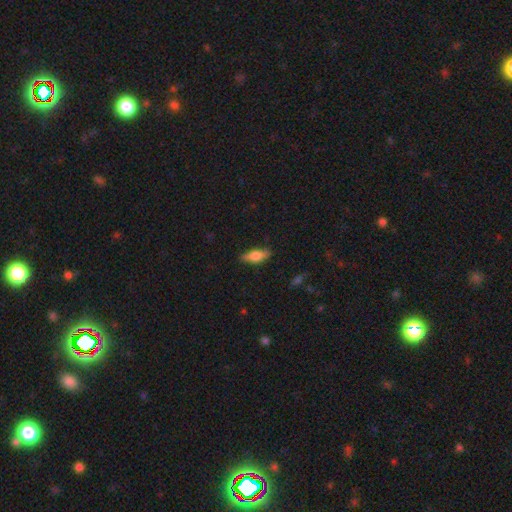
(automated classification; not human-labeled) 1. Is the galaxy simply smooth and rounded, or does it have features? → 58% smooth, 35% featured or disk, 7% star or artifact.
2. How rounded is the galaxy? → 60% in between, 37% cigar-shaped, 3% round.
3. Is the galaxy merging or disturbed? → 84% none, 13% minor disturbance, 3% major disturbance, 1% merger.